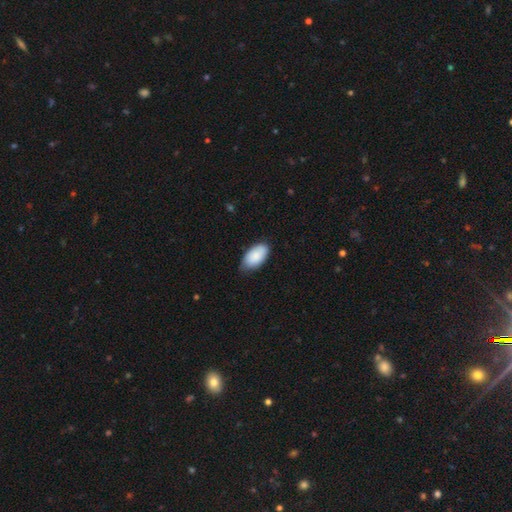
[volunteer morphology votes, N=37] Smooth or featured? 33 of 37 (89%) said smooth. How rounded? 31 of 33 (94%) said in between. Merging? 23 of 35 (66%) said none.